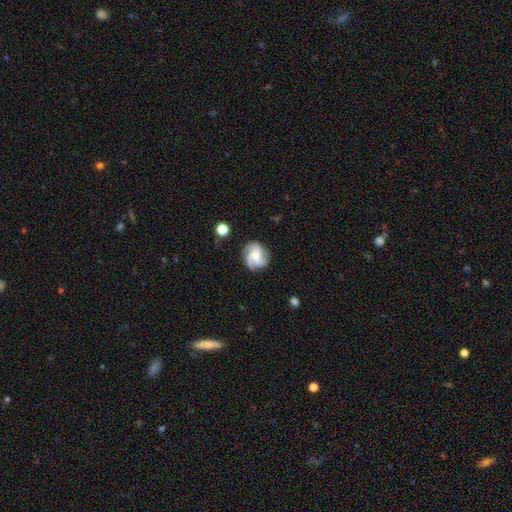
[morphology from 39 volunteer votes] Smooth or featured? featured or disk (85%)
Edge-on disk? no (100%)
Bar? no (67%)
Spiral arms? yes (100%)
Spiral winding? tight (48%)
Spiral arm count? 3 (82%)
Bulge size? small (55%)
Merging? none (87%)